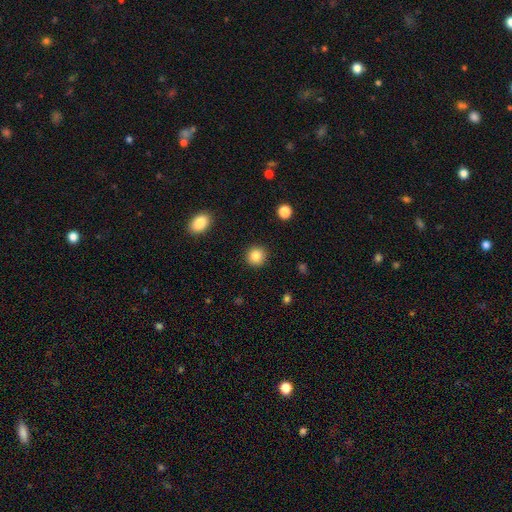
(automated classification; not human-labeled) This is clearly a smooth galaxy (85%). How rounded: clearly round (92%). Merging: clearly none (91%).